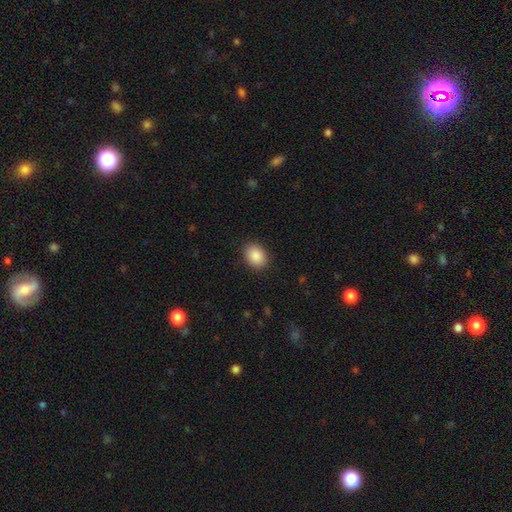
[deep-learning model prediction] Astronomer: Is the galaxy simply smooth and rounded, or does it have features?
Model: smooth — 89%.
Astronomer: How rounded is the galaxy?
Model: in between — 65%.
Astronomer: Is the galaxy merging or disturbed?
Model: none — 89%.